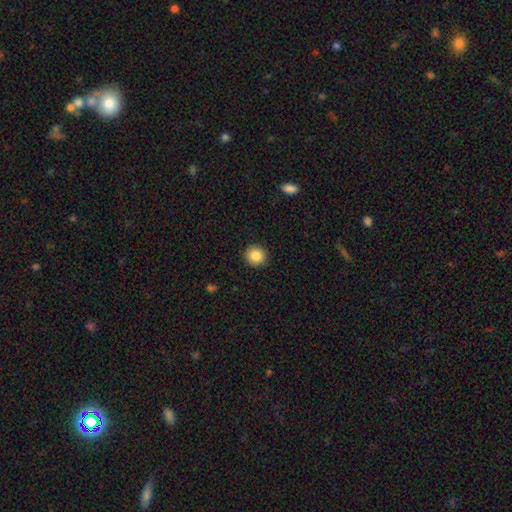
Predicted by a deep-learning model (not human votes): smooth-or-featured: smooth: 86% | star or artifact: 9% | featured or disk: 5%
  how-rounded: round: 92% | in between: 7% | cigar-shaped: 1%
  merging: none: 92% | minor disturbance: 5% | major disturbance: 2% | merger: 1%